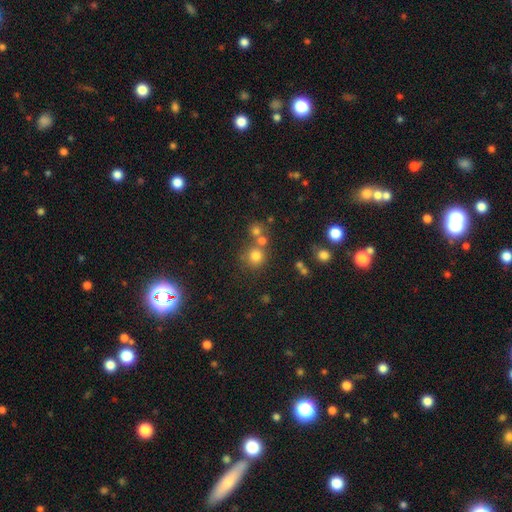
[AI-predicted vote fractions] smooth-or-featured: smooth: 74% | star or artifact: 17% | featured or disk: 8%
  how-rounded: round: 90% | in between: 9% | cigar-shaped: 1%
  merging: none: 64% | merger: 23% | minor disturbance: 9% | major disturbance: 4%